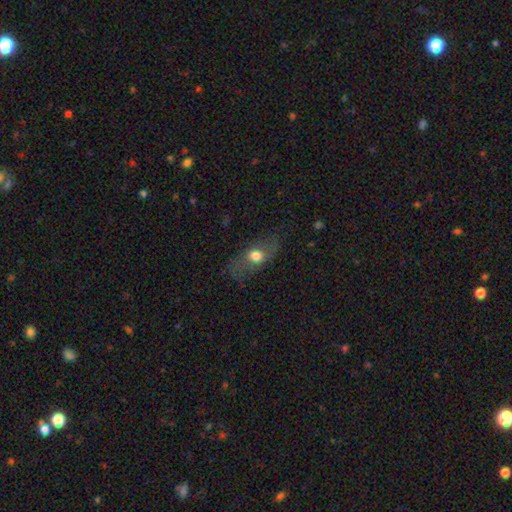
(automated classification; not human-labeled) smooth_or_featured: smooth (p=0.54) [alt: featured or disk p=0.34]
how_rounded: in between (p=0.66) [alt: round p=0.22]
merging: none (p=0.65) [alt: minor disturbance p=0.19]